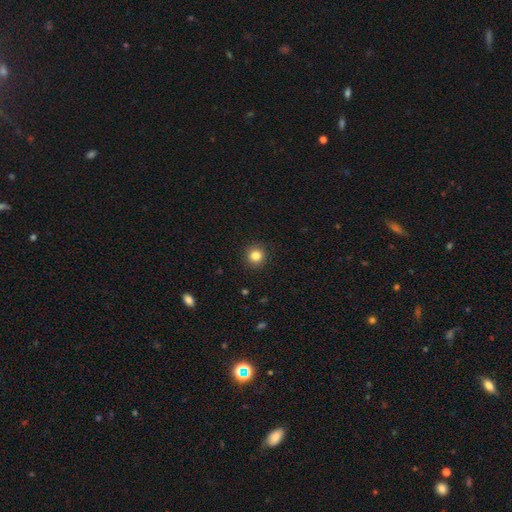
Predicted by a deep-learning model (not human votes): Smooth or featured: smooth — 84% (star or artifact — 11%)
How rounded: round — 93% (in between — 6%)
Merging: none — 92% (minor disturbance — 5%)